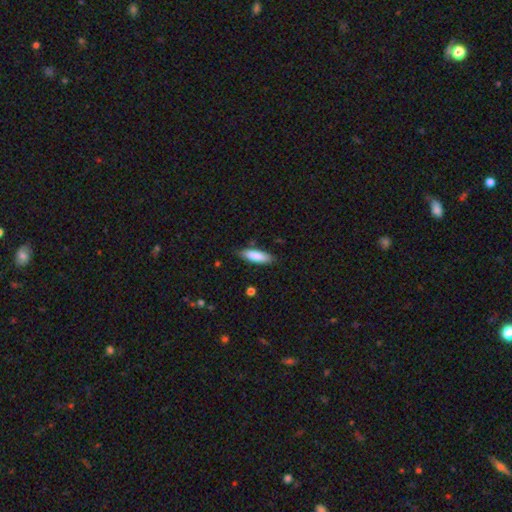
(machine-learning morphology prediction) smooth_or_featured: smooth (p=0.86) [alt: featured or disk p=0.08]
how_rounded: in between (p=0.51) [alt: cigar-shaped p=0.48]
merging: none (p=0.80) [alt: minor disturbance p=0.15]